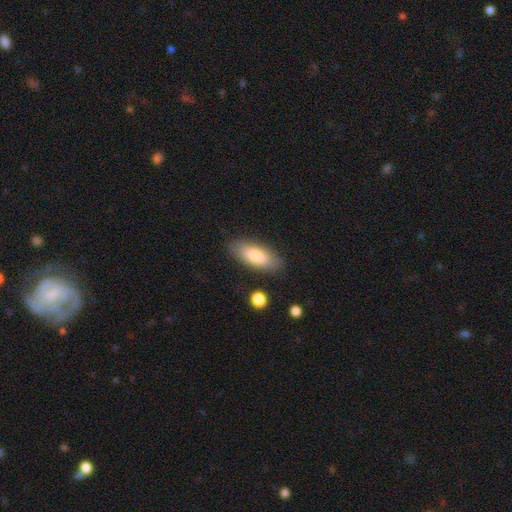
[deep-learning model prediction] Q: Smooth or featured?
A: smooth (80%); runner-up: featured or disk (14%)
Q: How rounded?
A: in between (79%); runner-up: cigar-shaped (19%)
Q: Merging?
A: none (84%); runner-up: minor disturbance (11%)